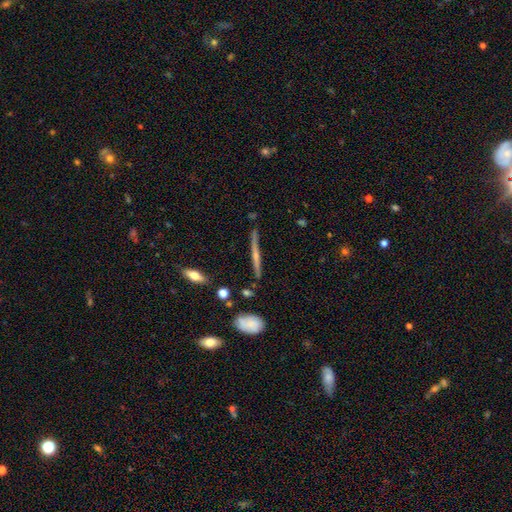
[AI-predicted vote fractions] A featured or disk galaxy (65%) viewed edge-on (97%) with a rounded central bulge (59%). Merging: none (84%).